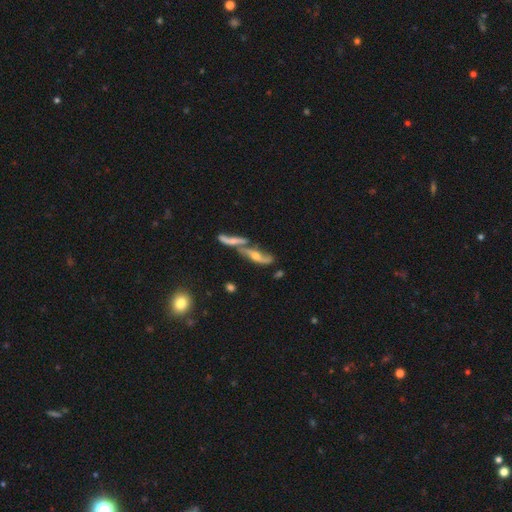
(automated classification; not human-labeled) Smooth or featured: featured or disk — 68% (smooth — 20%)
Edge-on disk: yes — 58% (no — 42%)
Merging: none — 41% (merger — 34%)